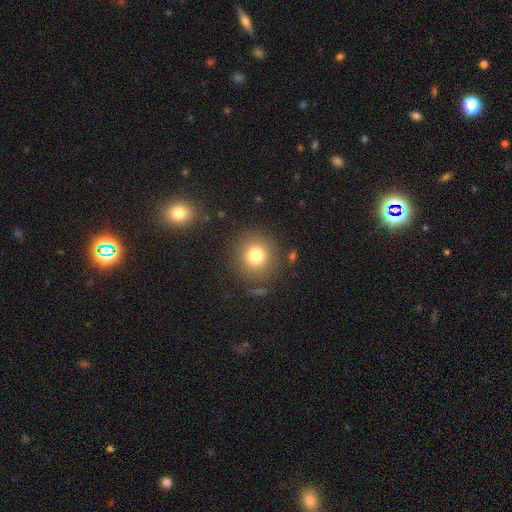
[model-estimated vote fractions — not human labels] Smooth or featured: smooth — 78% (star or artifact — 12%)
How rounded: round — 91% (in between — 8%)
Merging: none — 84% (minor disturbance — 8%)